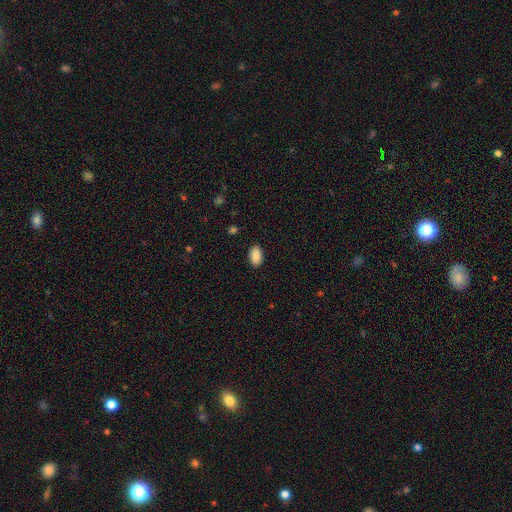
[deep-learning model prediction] Morphology: type=smooth (89%); roundness=in between (92%); merging=none (87%).